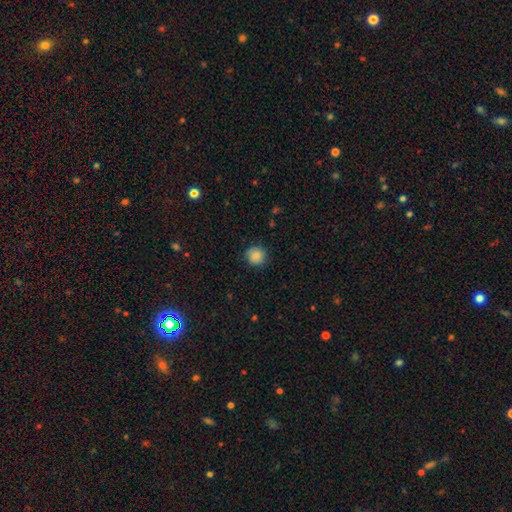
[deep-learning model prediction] Q: Smooth or featured?
A: smooth (88%); runner-up: star or artifact (9%)
Q: How rounded?
A: round (93%); runner-up: in between (6%)
Q: Merging?
A: none (88%); runner-up: minor disturbance (9%)